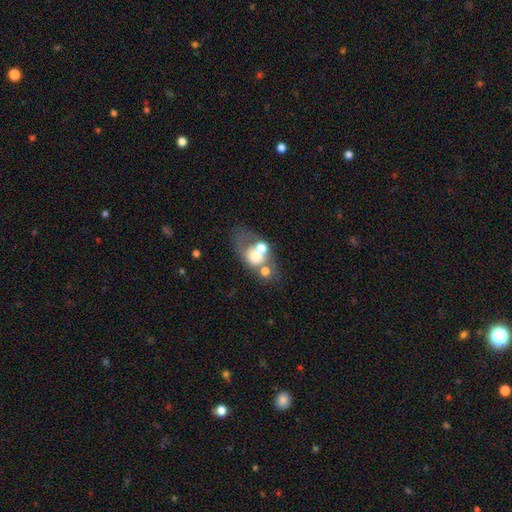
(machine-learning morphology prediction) Smooth or featured? Predicted: smooth (p=0.50). How rounded? Predicted: in between (p=0.54). Merging? Predicted: merger (p=0.47).